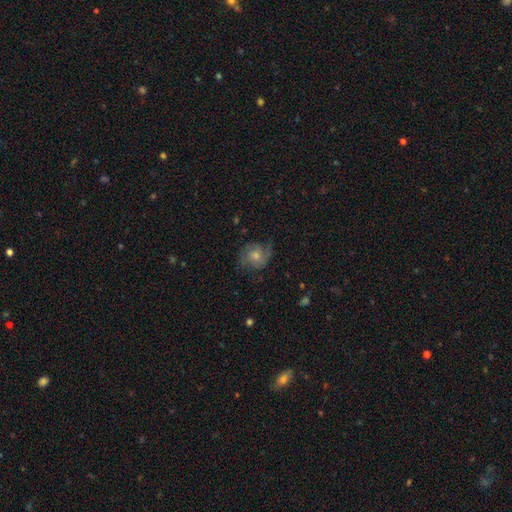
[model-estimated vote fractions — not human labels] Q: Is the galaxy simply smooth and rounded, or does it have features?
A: featured or disk — 46%.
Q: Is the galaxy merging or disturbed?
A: none — 61%.